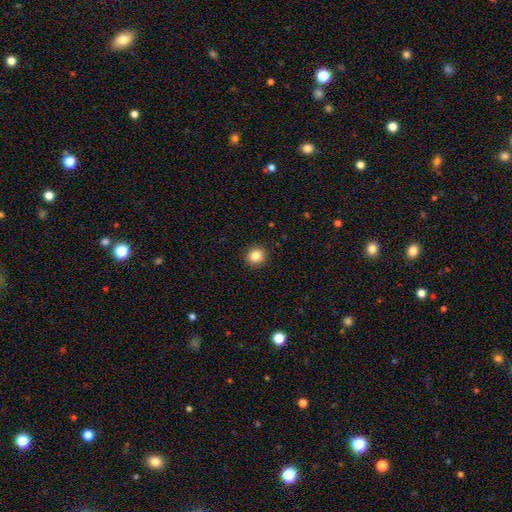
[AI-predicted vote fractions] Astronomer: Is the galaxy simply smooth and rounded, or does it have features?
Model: smooth — 85%.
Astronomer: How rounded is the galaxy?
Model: round — 90%.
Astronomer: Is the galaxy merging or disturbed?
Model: none — 92%.